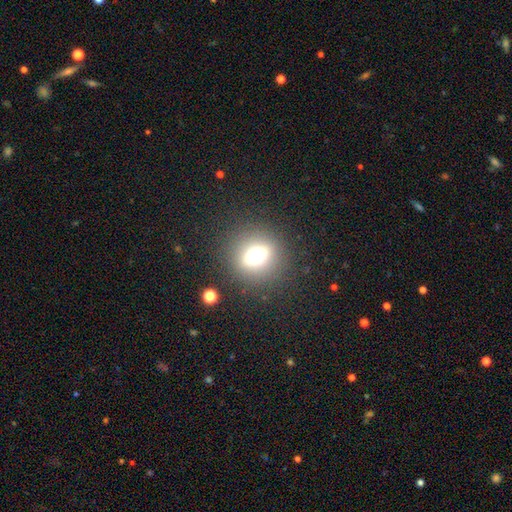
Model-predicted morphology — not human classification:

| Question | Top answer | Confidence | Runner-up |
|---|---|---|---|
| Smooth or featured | smooth | 63% | featured or disk (20%) |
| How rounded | round | 60% | in between (36%) |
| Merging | none | 83% | minor disturbance (9%) |